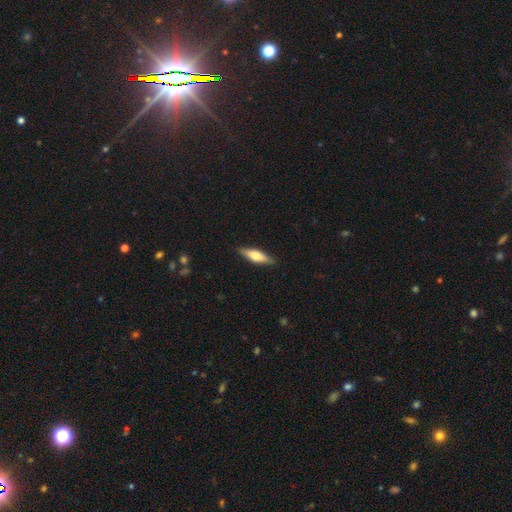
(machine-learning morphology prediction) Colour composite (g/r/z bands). It shows a smooth galaxy with no disk features (57%) that is cigar-shaped (59%). Merging: none (88%).